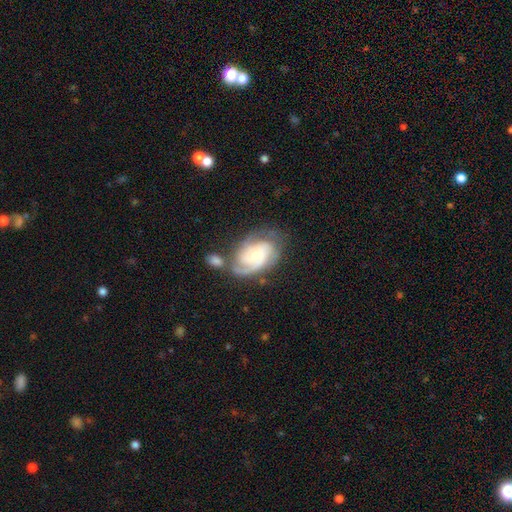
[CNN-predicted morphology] This is likely a featured or disk galaxy (78%). It is clearly not viewed edge-on (97%). Bar: likely no (64%). Spiral arm pattern: clearly yes (94%). Spiral arm count: marginally 2 (40%). Spiral winding: possibly tight (55%). Central bulge: possibly small (53%). Merging: possibly none (50%).